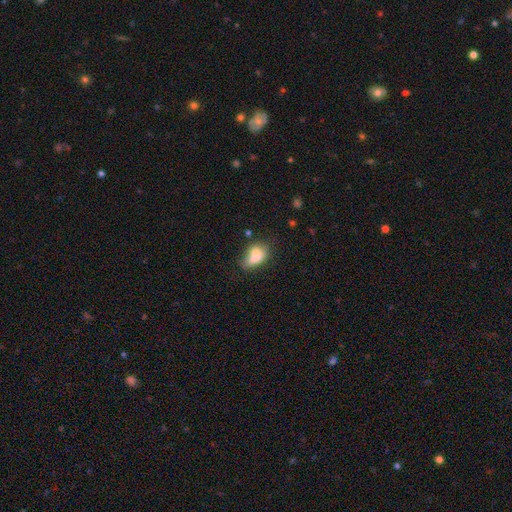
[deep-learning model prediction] Overall: smooth (70%). How rounded: in between (80%). Merging: merger (41%; none 29%).